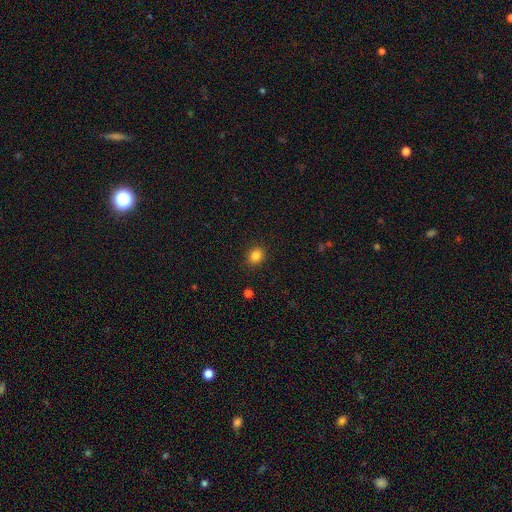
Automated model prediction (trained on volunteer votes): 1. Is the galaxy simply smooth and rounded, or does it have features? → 85% smooth, 11% star or artifact, 4% featured or disk.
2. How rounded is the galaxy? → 62% round, 38% in between, 1% cigar-shaped.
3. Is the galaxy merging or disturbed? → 90% none, 7% minor disturbance, 2% major disturbance, 1% merger.